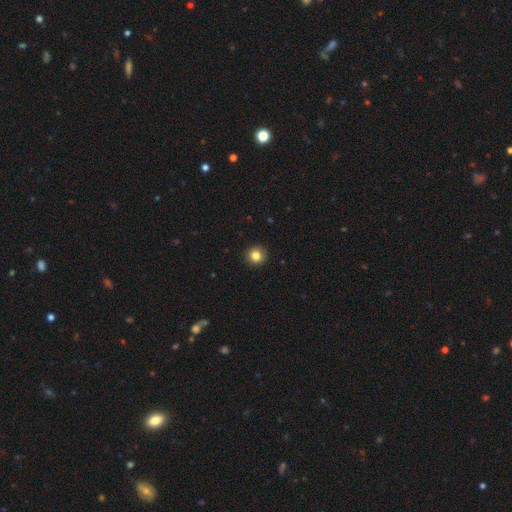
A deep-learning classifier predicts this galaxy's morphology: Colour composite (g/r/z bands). It shows a smooth galaxy with no disk features (83%) that is round (93%). Merging: none (92%).